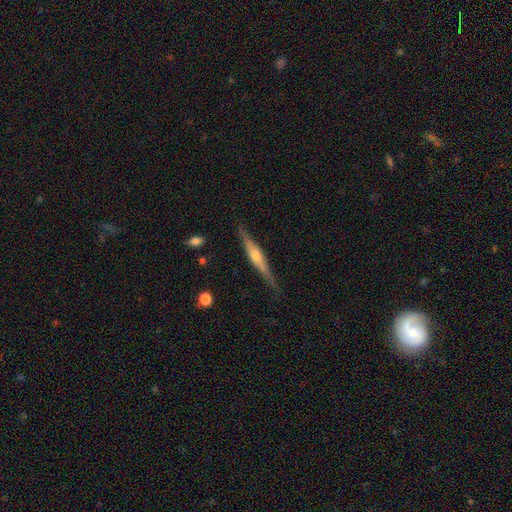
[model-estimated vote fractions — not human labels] Smooth or featured? featured or disk (71%)
Edge-on disk? yes (97%)
Edge-on bulge? rounded (81%)
Merging? none (84%)